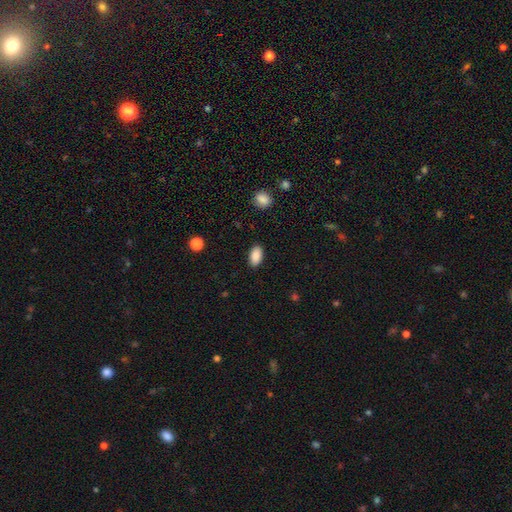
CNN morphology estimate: type=smooth (89%); roundness=in between (93%); merging=none (88%).